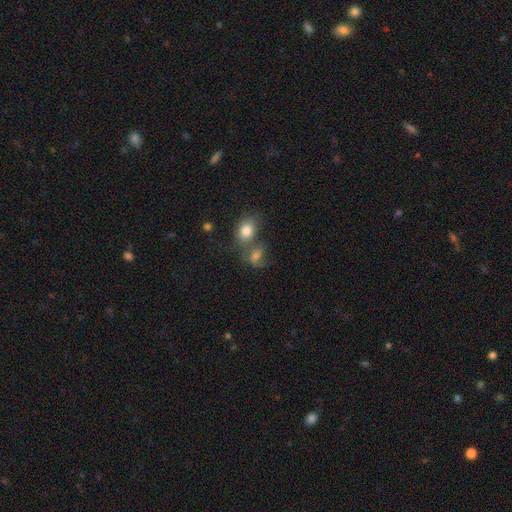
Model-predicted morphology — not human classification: smooth 64%, featured or disk 22%, star or artifact 15%. Down the decision tree: how rounded — in between (65%); merging — merger (41%).